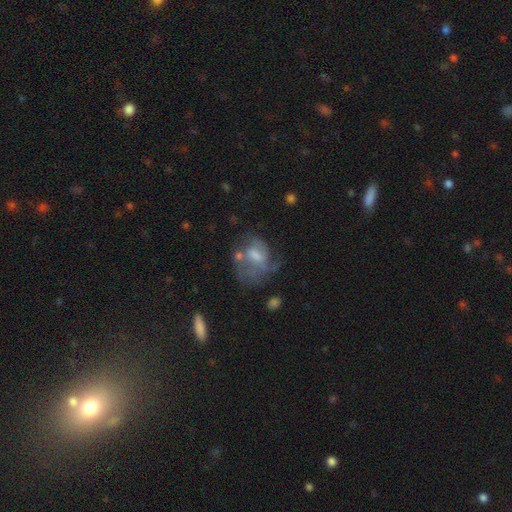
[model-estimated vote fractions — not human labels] A featured or disk galaxy (58%) with no bar (47%), spiral arms (63%) and a moderate central bulge (46%). Merging: none (37%).